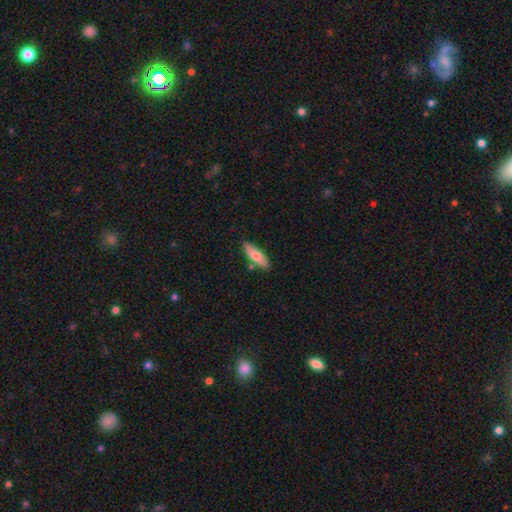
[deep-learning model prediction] The model was most divided on "how rounded": in between: 51%, cigar-shaped: 47%, round: 2%. More confident: merging — none (81%); smooth or featured — smooth (71%).